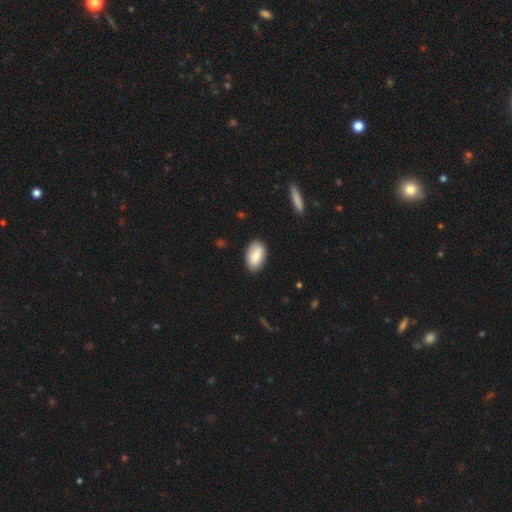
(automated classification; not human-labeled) Smooth or featured?
  - smooth: 82% *
  - featured or disk: 12%
  - star or artifact: 6%
How rounded?
  - in between: 94% *
  - round: 4%
  - cigar-shaped: 2%
Merging?
  - none: 83% *
  - minor disturbance: 13%
  - major disturbance: 3%
  - merger: 1%